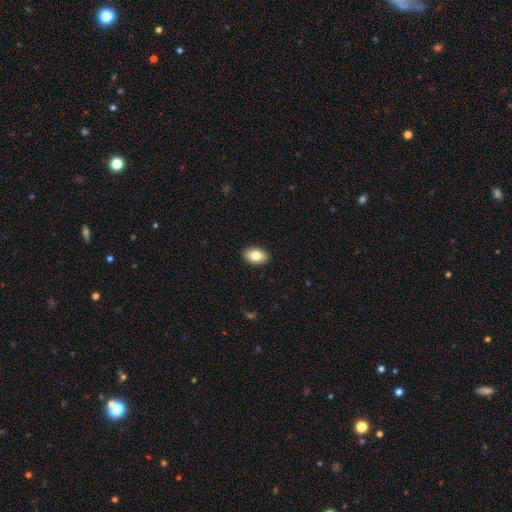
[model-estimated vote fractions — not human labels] Q: Smooth or featured?
A: smooth (81%); runner-up: featured or disk (11%)
Q: How rounded?
A: in between (90%); runner-up: round (9%)
Q: Merging?
A: none (91%); runner-up: minor disturbance (7%)